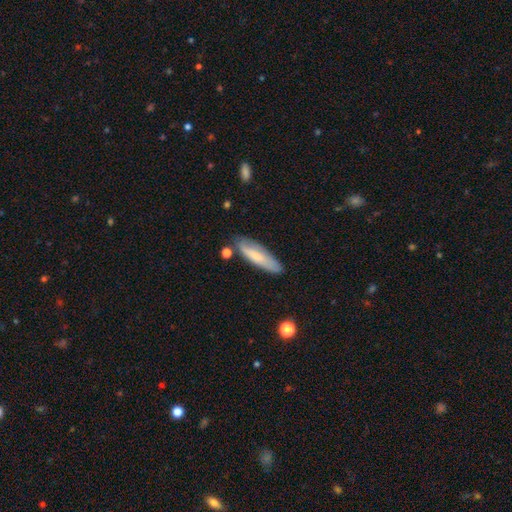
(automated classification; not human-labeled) smooth_or_featured: smooth (p=0.64) [alt: featured or disk p=0.29]
how_rounded: cigar-shaped (p=0.65) [alt: in between p=0.33]
merging: none (p=0.74) [alt: minor disturbance p=0.18]